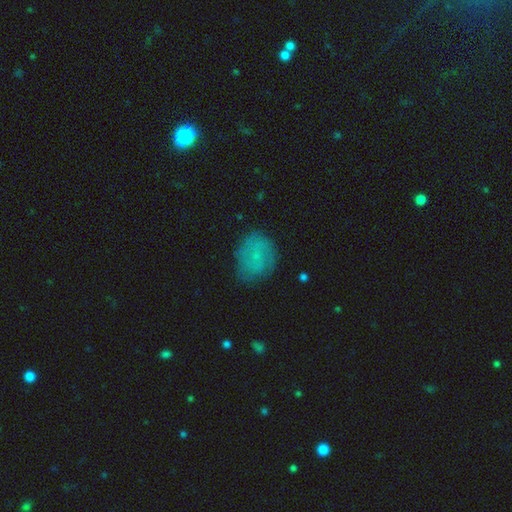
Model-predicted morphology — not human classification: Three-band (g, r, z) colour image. It shows a smooth galaxy with no disk features (59%) that is round (55%). Merging: none (72%).